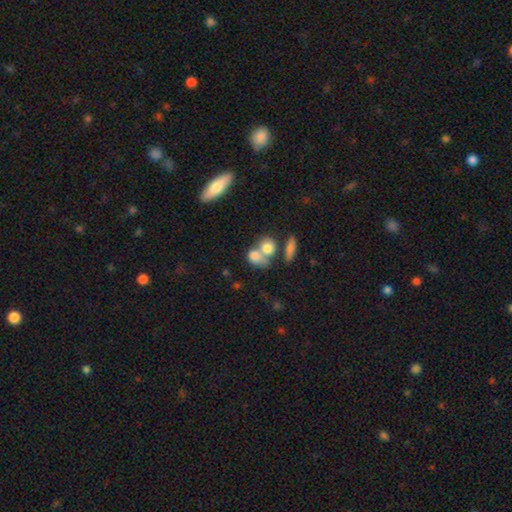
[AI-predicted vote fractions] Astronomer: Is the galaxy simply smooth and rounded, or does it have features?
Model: smooth — 76%.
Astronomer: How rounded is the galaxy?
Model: in between — 52% (runner-up: round, 45%).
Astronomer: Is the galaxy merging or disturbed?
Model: merger — 61%.